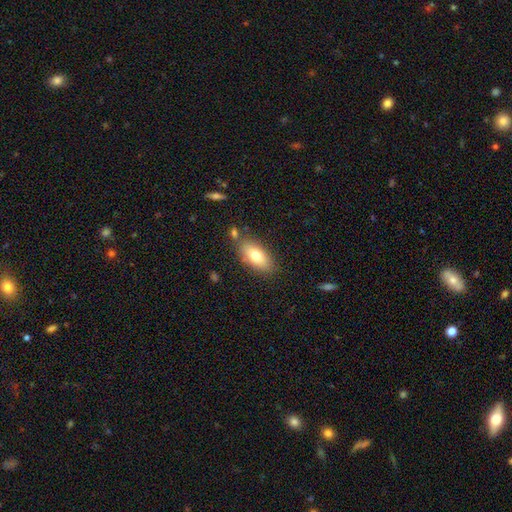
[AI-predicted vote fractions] smooth-or-featured: smooth: 73% | featured or disk: 19% | star or artifact: 8%
  how-rounded: in between: 88% | cigar-shaped: 8% | round: 4%
  merging: none: 76% | minor disturbance: 14% | merger: 7% | major disturbance: 3%